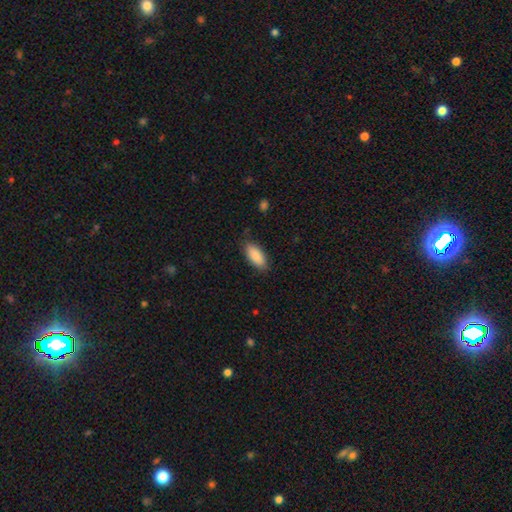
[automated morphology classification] A smooth galaxy with no disk features (88%) that is in between round and cigar-shaped (88%).

Vote fractions:
- Smooth or featured? smooth: 88% / star or artifact: 6% / featured or disk: 5%
- How rounded? in between: 88% / cigar-shaped: 10% / round: 2%
- Merging? none: 83% / minor disturbance: 13% / major disturbance: 3% / merger: 1%